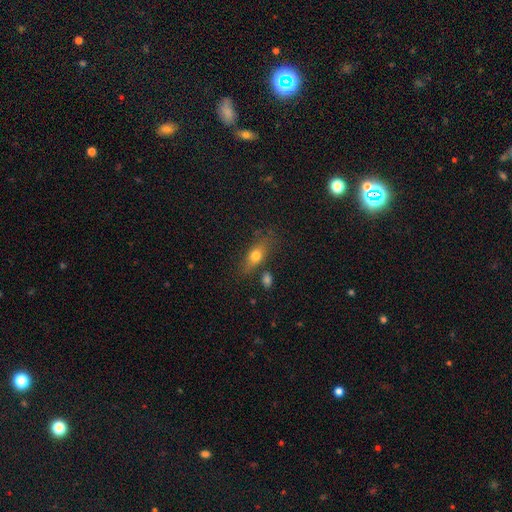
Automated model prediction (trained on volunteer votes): A smooth galaxy with no disk features (68%) that is in between round and cigar-shaped (67%). Merging: none (68%).